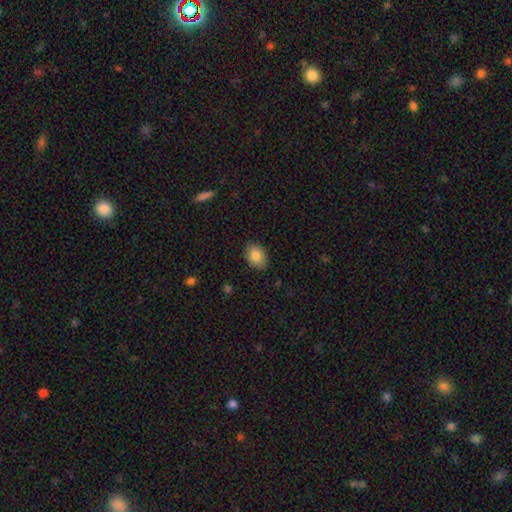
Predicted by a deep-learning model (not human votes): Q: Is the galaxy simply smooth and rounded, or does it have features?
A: smooth — 85%.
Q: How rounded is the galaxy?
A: in between — 77%.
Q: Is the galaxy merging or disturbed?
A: none — 85%.